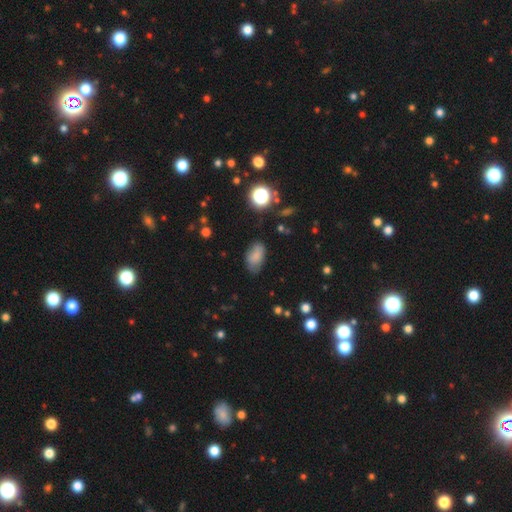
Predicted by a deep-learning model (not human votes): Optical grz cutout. It shows a smooth galaxy with no disk features (78%) that is in between round and cigar-shaped (92%). Merging: none (65%).